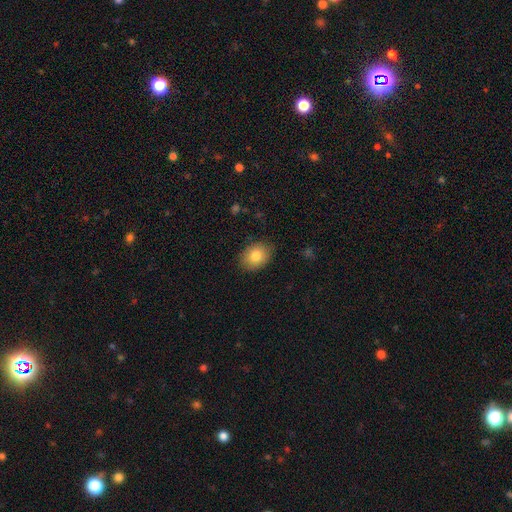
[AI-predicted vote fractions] Q: Smooth or featured?
A: smooth (81%); runner-up: featured or disk (10%)
Q: How rounded?
A: in between (65%); runner-up: round (34%)
Q: Merging?
A: none (85%); runner-up: minor disturbance (12%)